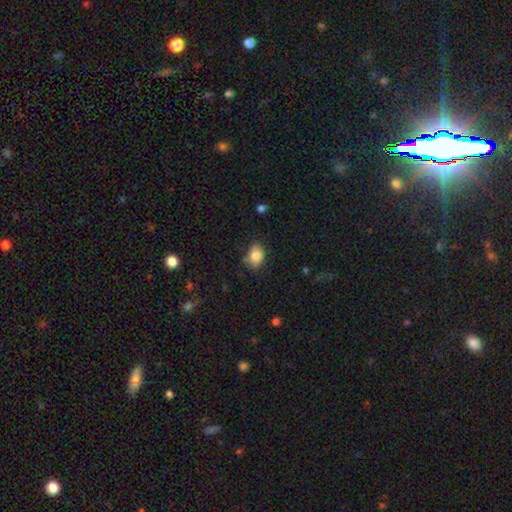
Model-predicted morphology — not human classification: This is clearly a smooth galaxy (83%). How rounded: likely in between (72%). Merging: likely none (71%).